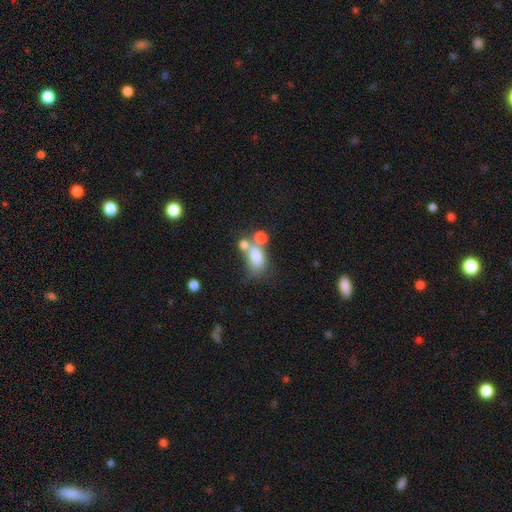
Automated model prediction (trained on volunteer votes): Smooth or featured? Predicted: smooth (p=0.71). How rounded? Predicted: in between (p=0.81). Merging? Predicted: merger (p=0.47).